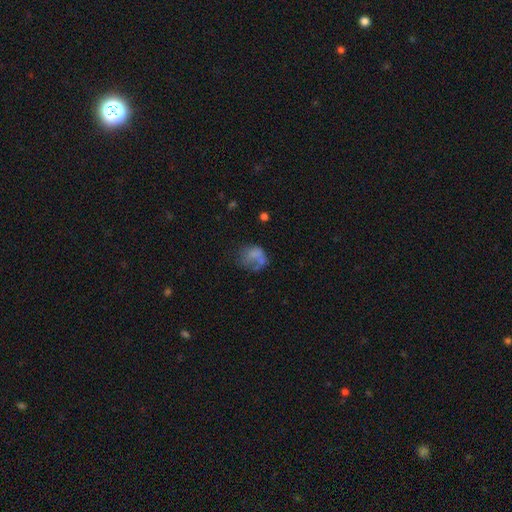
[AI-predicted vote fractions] Smooth or featured? Predicted: smooth (p=0.59). How rounded? Predicted: round (p=0.50). Merging? Predicted: none (p=0.32).